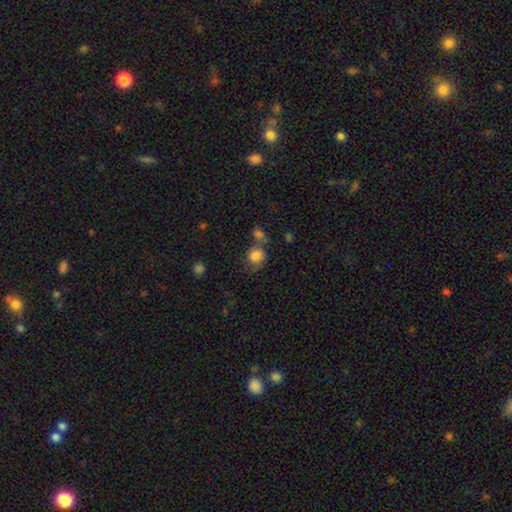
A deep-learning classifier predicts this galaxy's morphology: This appears to be a smooth galaxy with no disk features (74%) that is round (72%). Merging: none (41%).